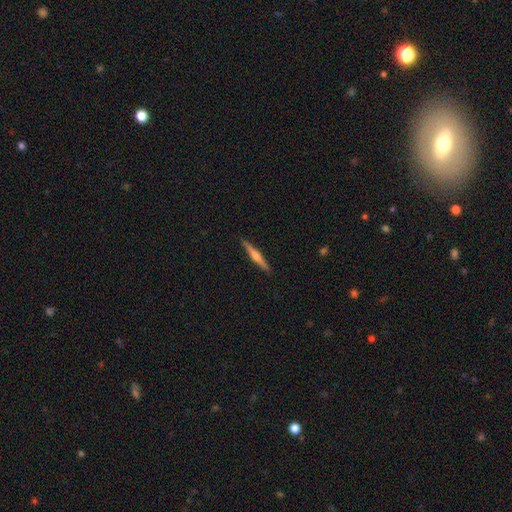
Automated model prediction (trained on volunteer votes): Smooth or featured: featured or disk — 64% (smooth — 31%)
Edge-on disk: yes — 98% (no — 2%)
Edge-on bulge: rounded — 80% (none — 10%)
Merging: none — 92% (minor disturbance — 6%)